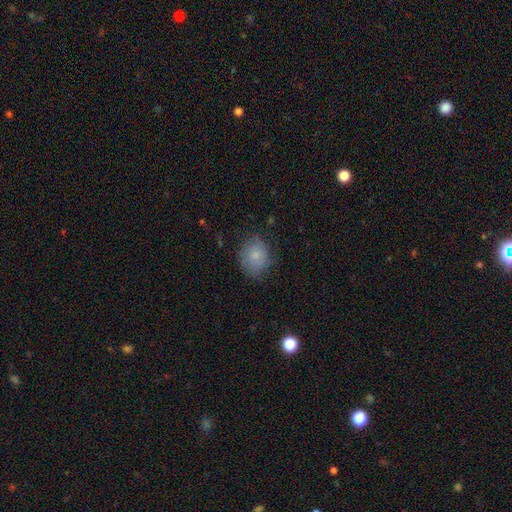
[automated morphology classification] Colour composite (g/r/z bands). It shows a smooth galaxy with no disk features (79%) that is round (63%). Merging: none (70%).